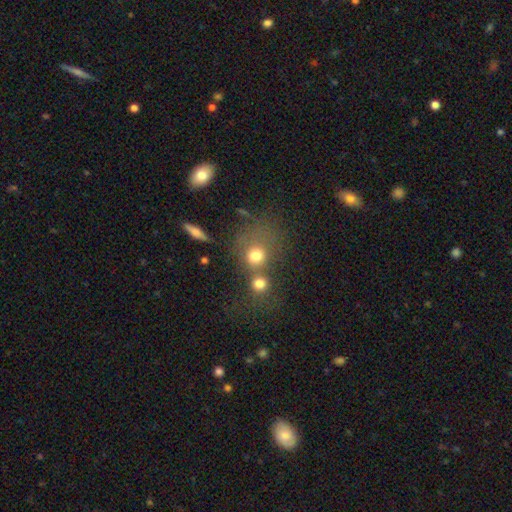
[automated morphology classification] Overall: smooth (72%). How rounded: round (74%). Merging: merger (47%; none 37%).